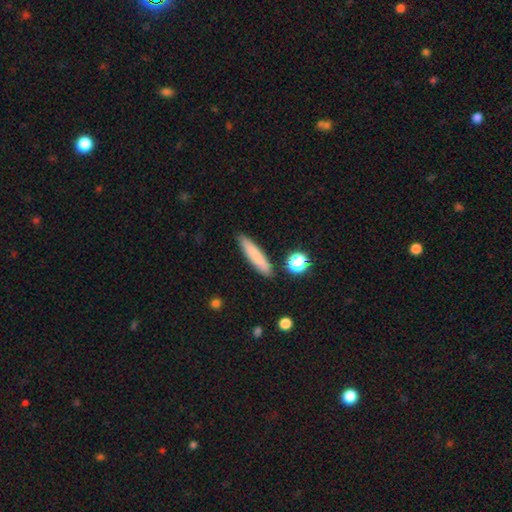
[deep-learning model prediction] The model was most divided on "smooth or featured": smooth: 81%, featured or disk: 12%, star or artifact: 7%. More confident: merging — none (87%); how rounded — cigar-shaped (85%).